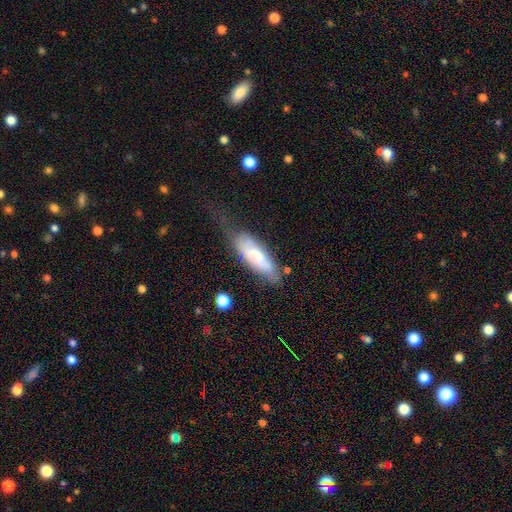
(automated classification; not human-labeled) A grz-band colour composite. It shows a smooth galaxy with no disk features (63%) that is in between round and cigar-shaped (56%). Merging: none (36%).